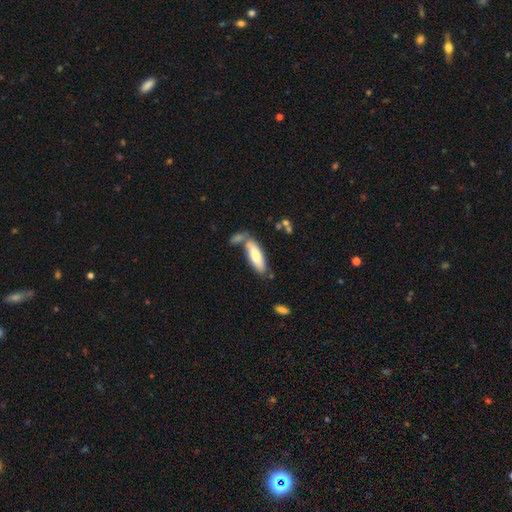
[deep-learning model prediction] smooth 73%, featured or disk 21%, star or artifact 6%. Down the decision tree: how rounded — in between (54%); merging — none (56%).